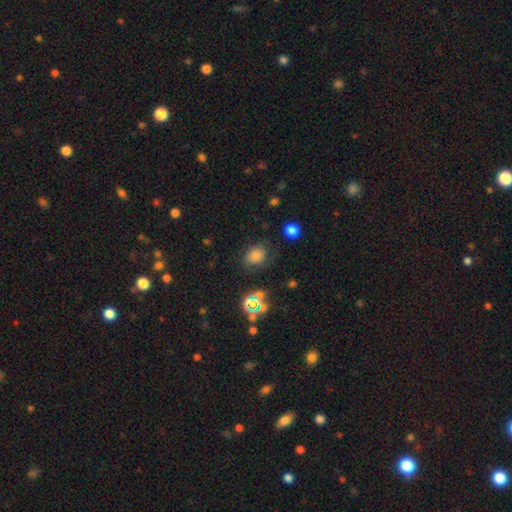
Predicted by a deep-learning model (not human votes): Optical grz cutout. It shows a smooth galaxy with no disk features (71%) that is in between round and cigar-shaped (56%). Merging: none (73%).